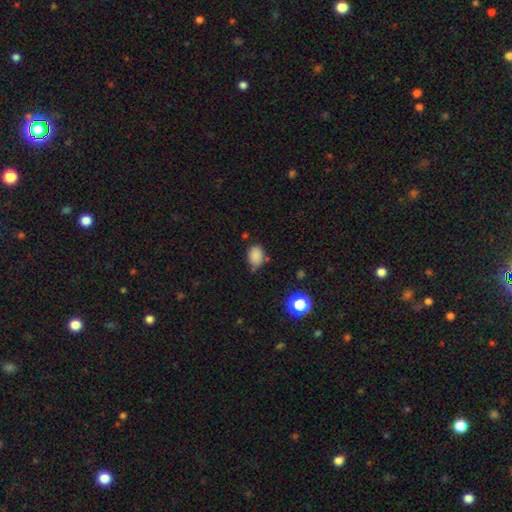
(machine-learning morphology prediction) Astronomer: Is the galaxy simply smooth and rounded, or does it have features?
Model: smooth — 84%.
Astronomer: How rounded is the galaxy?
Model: in between — 66%.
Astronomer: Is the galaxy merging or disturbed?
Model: none — 63%.